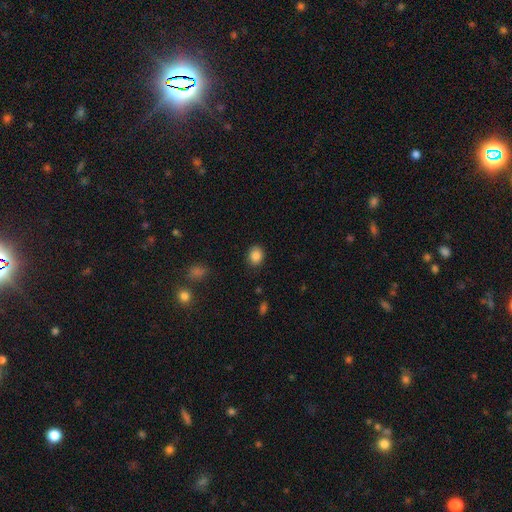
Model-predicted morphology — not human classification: Smooth or featured? Predicted: smooth (p=0.87). How rounded? Predicted: round (p=0.60). Merging? Predicted: none (p=0.86).